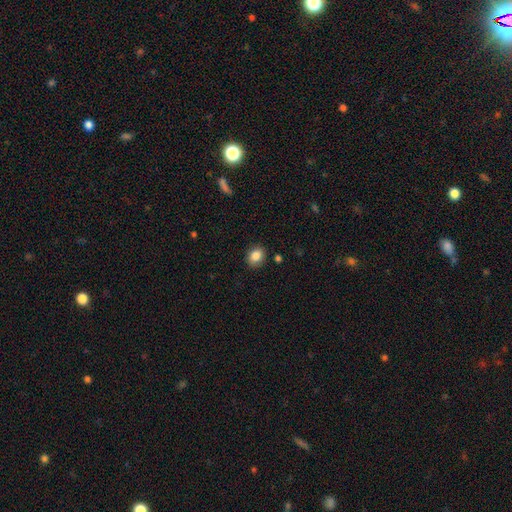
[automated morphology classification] Q: Smooth or featured?
A: smooth (85%); runner-up: star or artifact (9%)
Q: How rounded?
A: round (50%); runner-up: in between (49%)
Q: Merging?
A: none (88%); runner-up: minor disturbance (9%)